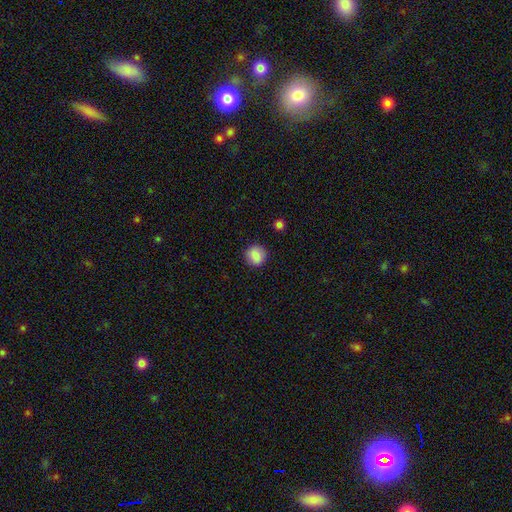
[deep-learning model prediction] Overall: smooth (87%). How rounded: round (88%). Merging: none (89%).